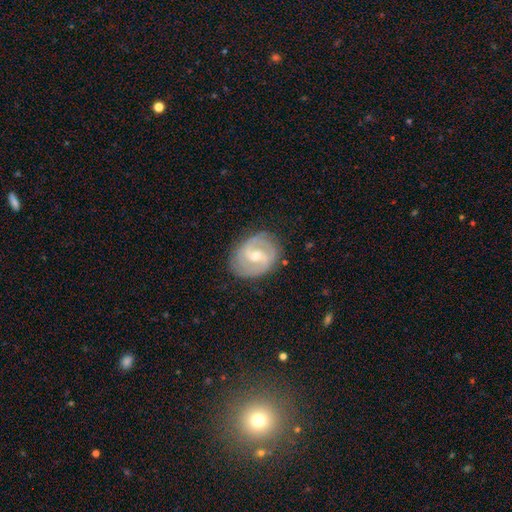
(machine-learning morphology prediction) A featured or disk galaxy (84%) with a weak bar (58%), 2 (69%) tight (46%) spiral arms (94%) and a moderate central bulge (59%). Merging: none (79%).